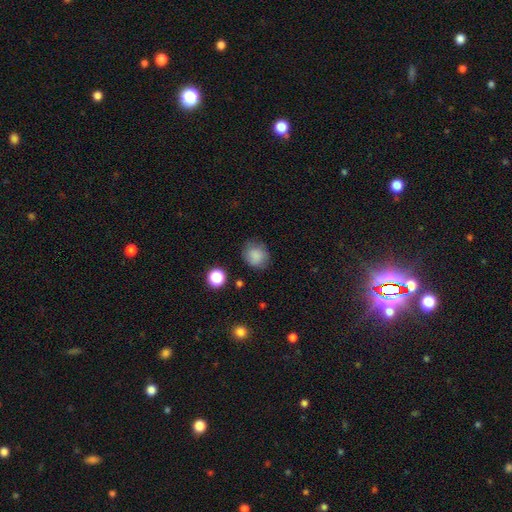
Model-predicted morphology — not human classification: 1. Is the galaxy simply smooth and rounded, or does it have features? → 84% smooth, 10% star or artifact, 6% featured or disk.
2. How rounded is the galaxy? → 75% round, 24% in between, 1% cigar-shaped.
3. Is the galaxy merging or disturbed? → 78% none, 16% minor disturbance, 5% major disturbance, 2% merger.